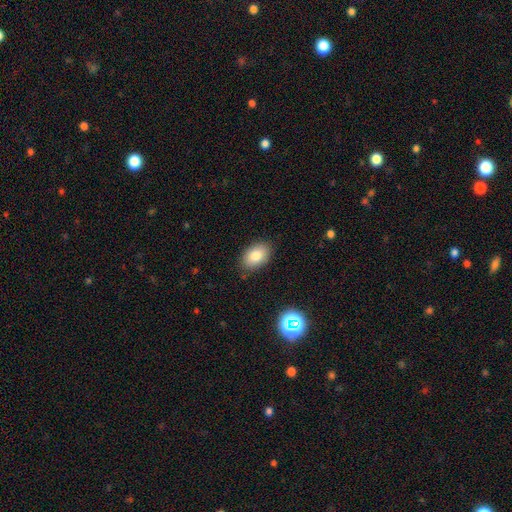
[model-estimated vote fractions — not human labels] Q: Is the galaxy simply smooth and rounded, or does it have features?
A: smooth — 82%.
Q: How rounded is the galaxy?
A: in between — 88%.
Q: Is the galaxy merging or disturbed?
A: none — 86%.